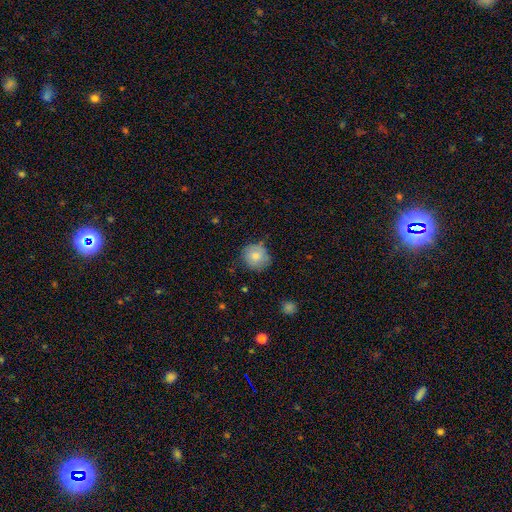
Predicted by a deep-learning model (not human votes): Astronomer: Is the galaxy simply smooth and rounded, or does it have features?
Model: smooth — 79%.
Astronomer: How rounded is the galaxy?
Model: round — 87%.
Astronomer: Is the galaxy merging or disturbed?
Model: none — 72%.